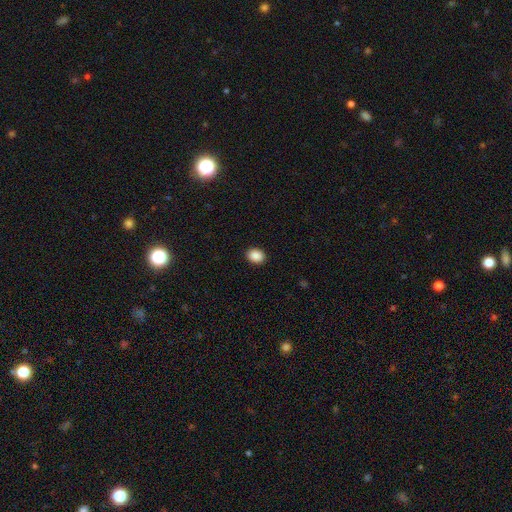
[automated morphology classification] type=smooth (89%); roundness=in between (55%); merging=none (91%).